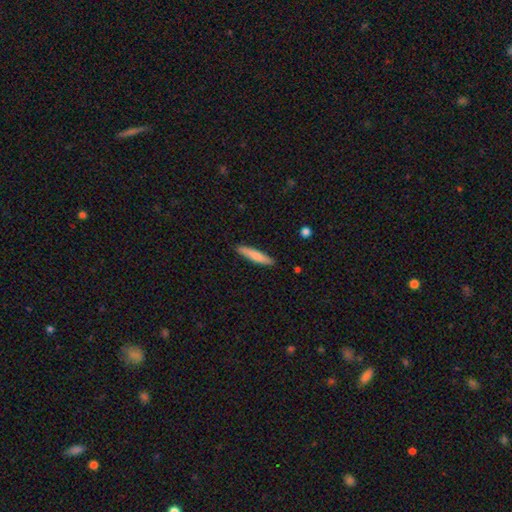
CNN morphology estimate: smooth 77%, featured or disk 17%, star or artifact 5%. Down the decision tree: how rounded — cigar-shaped (88%); merging — none (89%).